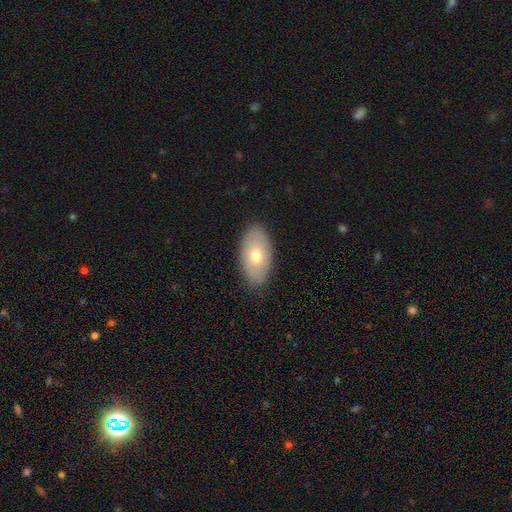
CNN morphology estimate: This appears to be a smooth galaxy with no disk features (67%) that is in between round and cigar-shaped (94%). Merging: none (86%).